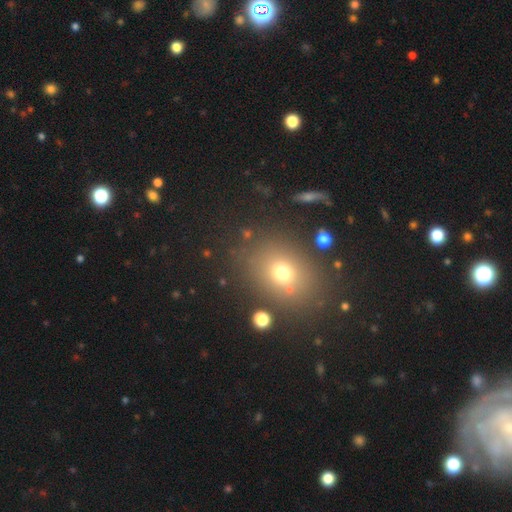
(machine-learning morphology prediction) The model was most divided on "how rounded": in between: 50%, round: 49%, cigar-shaped: 1%. More confident: merging — none (85%); smooth or featured — smooth (60%).